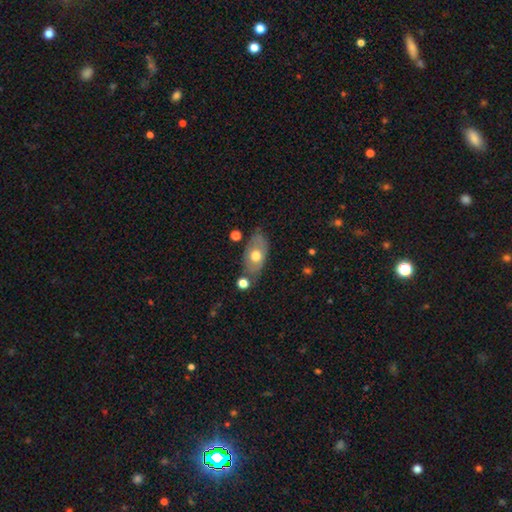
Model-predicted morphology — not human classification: The model was most divided on "smooth or featured": smooth: 57%, featured or disk: 37%, star or artifact: 7%. More confident: how rounded — in between (87%); merging — none (66%).